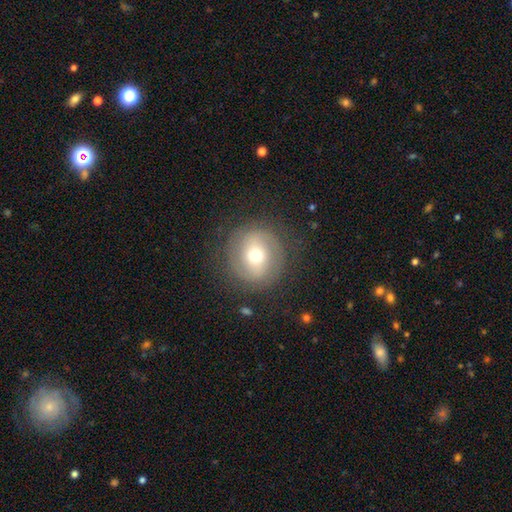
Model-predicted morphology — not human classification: smooth_or_featured: featured or disk (p=0.46) [alt: smooth p=0.45]
merging: none (p=0.82) [alt: minor disturbance p=0.10]